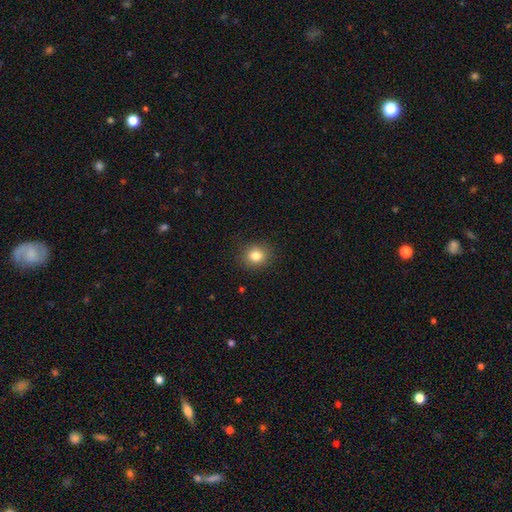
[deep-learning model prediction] Smooth or featured?
  - smooth: 82% *
  - star or artifact: 12%
  - featured or disk: 7%
How rounded?
  - round: 75% *
  - in between: 24%
  - cigar-shaped: 1%
Merging?
  - none: 87% *
  - minor disturbance: 9%
  - major disturbance: 3%
  - merger: 1%